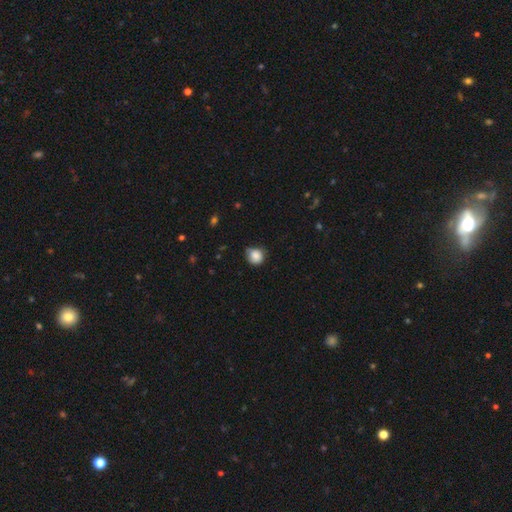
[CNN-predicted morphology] smooth-or-featured: smooth: 85% | star or artifact: 9% | featured or disk: 6%
  how-rounded: round: 83% | in between: 16% | cigar-shaped: 1%
  merging: none: 62% | minor disturbance: 31% | major disturbance: 5% | merger: 2%